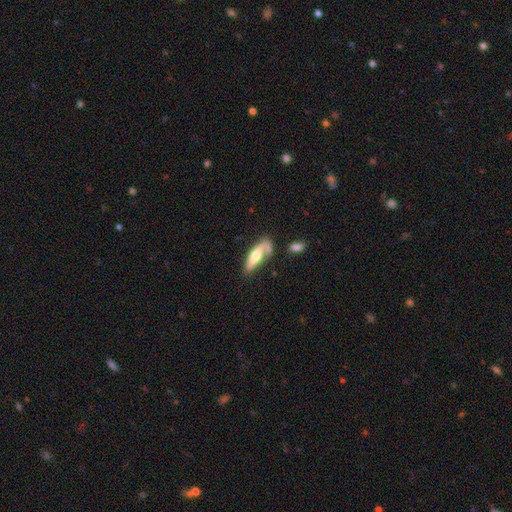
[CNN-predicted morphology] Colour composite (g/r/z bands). It shows a smooth galaxy with no disk features (53%) that is in between round and cigar-shaped (50%). Merging: none (48%).